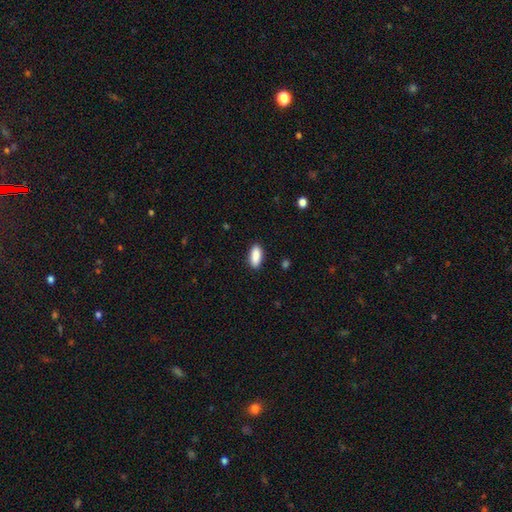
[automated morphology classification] This appears to be a smooth galaxy with no disk features (89%) that is in between round and cigar-shaped (84%). Merging: none (88%).